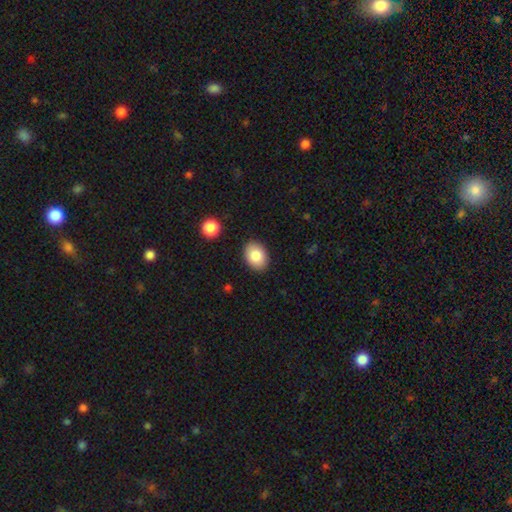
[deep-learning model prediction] Smooth or featured? smooth (84%)
How rounded? in between (76%)
Merging? none (88%)